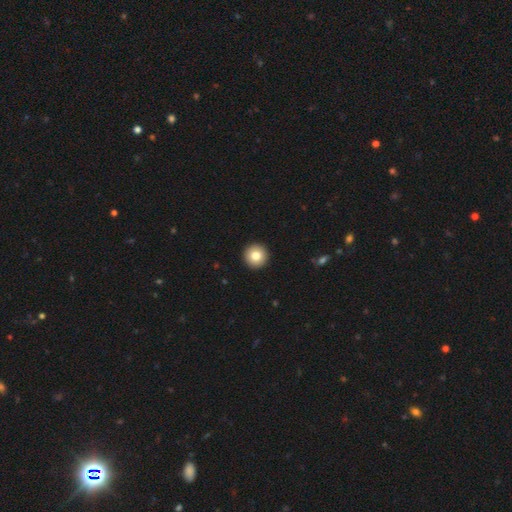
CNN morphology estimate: Overall: smooth (81%). How rounded: round (96%). Merging: none (94%).